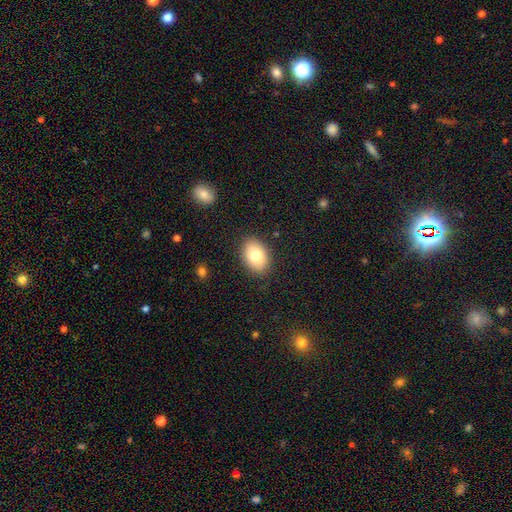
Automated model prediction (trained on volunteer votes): This appears to be a smooth galaxy with no disk features (79%) that is in between round and cigar-shaped (81%). Merging: none (87%).